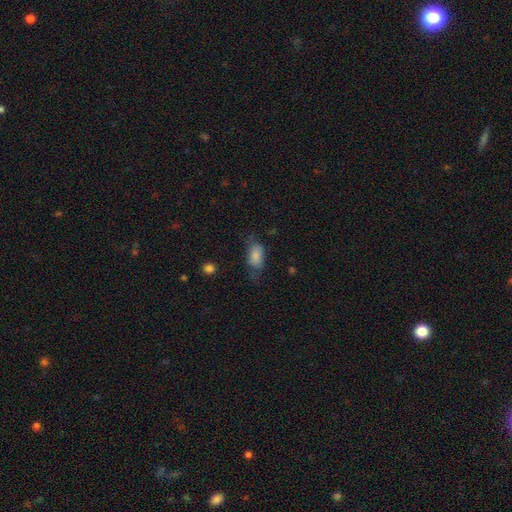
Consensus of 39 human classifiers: Smooth or featured: smooth — 82% (featured or disk — 13%)
How rounded: in between — 91% (cigar-shaped — 6%)
Merging: none — 41% (minor disturbance — 30%)